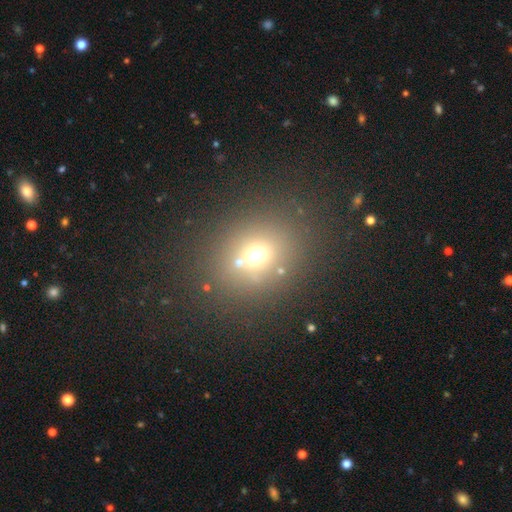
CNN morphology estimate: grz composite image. It shows a smooth galaxy with no disk features (64%) that is round (70%). Merging: none (76%).